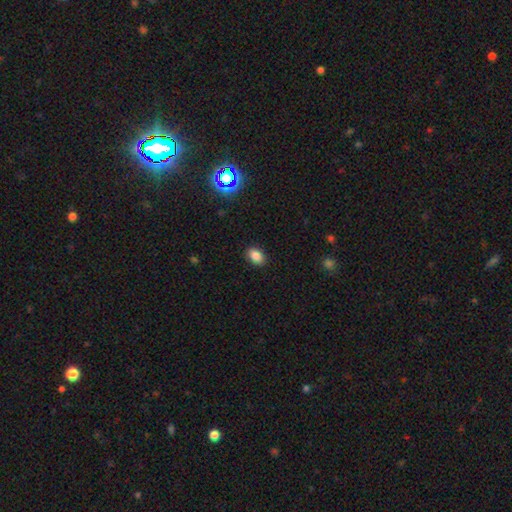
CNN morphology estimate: A smooth galaxy with no disk features (84%) that is in between round and cigar-shaped (81%).

Vote fractions:
- Smooth or featured? smooth: 84% / star or artifact: 11% / featured or disk: 5%
- How rounded? in between: 81% / round: 18% / cigar-shaped: 1%
- Merging? none: 89% / minor disturbance: 8% / major disturbance: 2% / merger: 1%